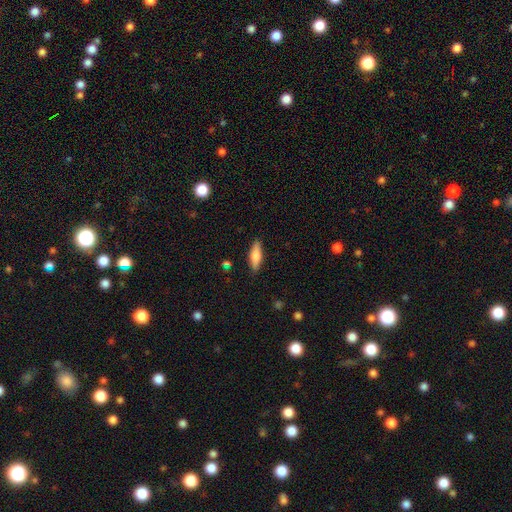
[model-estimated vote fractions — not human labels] Smooth or featured?
  - smooth: 65% *
  - featured or disk: 28%
  - star or artifact: 6%
How rounded?
  - cigar-shaped: 52% *
  - in between: 46%
  - round: 2%
Merging?
  - none: 87% *
  - minor disturbance: 9%
  - major disturbance: 2%
  - merger: 1%